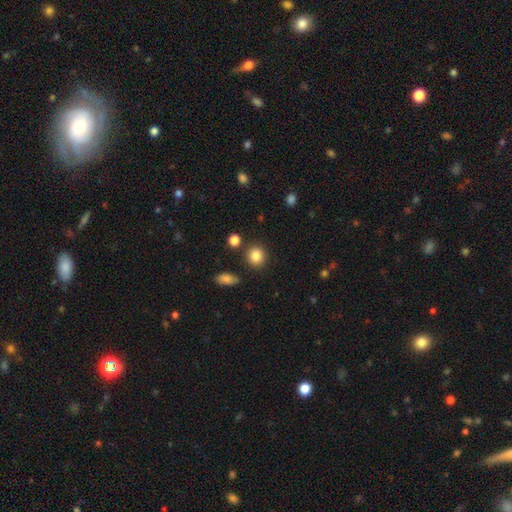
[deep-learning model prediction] Smooth or featured: smooth — 86% (star or artifact — 10%)
How rounded: round — 82% (in between — 17%)
Merging: none — 86% (minor disturbance — 8%)